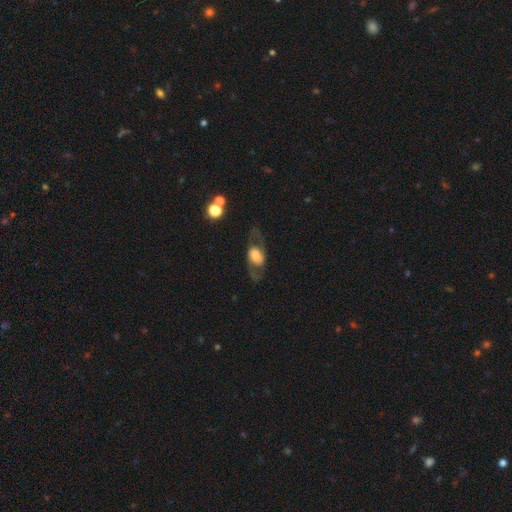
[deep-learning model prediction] This appears to be a featured or disk galaxy (59%). Merging: none (66%).